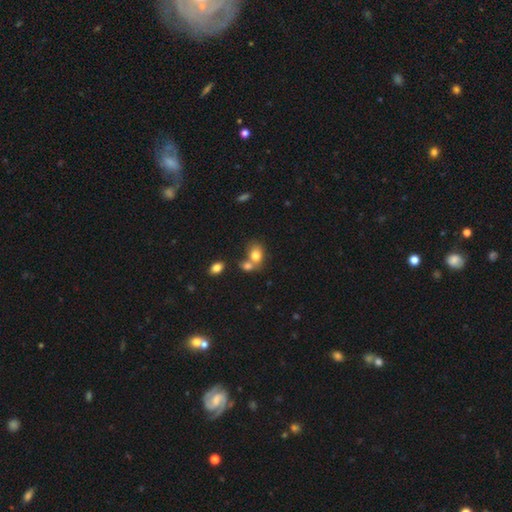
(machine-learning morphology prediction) smooth_or_featured: smooth (p=0.78) [alt: featured or disk p=0.12]
how_rounded: in between (p=0.60) [alt: round p=0.39]
merging: merger (p=0.45) [alt: none p=0.40]